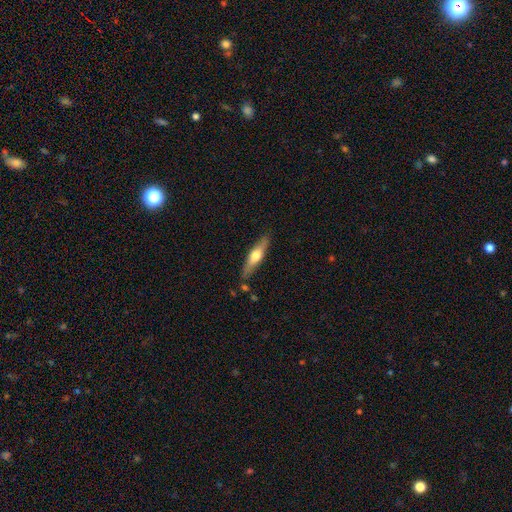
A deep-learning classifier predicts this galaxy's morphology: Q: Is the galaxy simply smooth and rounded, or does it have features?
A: featured or disk — 53%.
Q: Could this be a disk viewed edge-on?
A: yes — 92%.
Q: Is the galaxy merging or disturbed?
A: none — 82%.